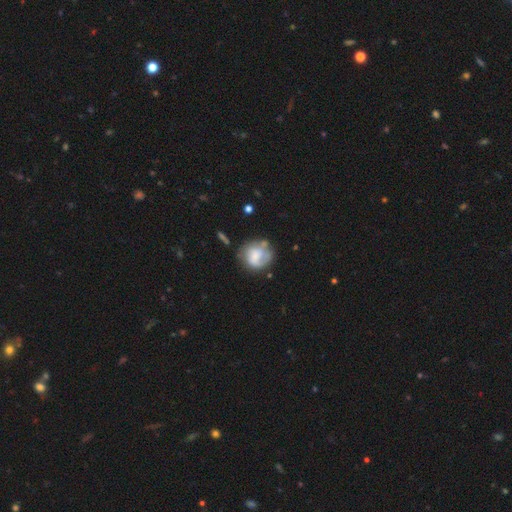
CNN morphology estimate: smooth_or_featured: smooth (p=0.53) [alt: featured or disk p=0.39]
how_rounded: round (p=0.77) [alt: in between p=0.21]
merging: none (p=0.51) [alt: minor disturbance p=0.26]